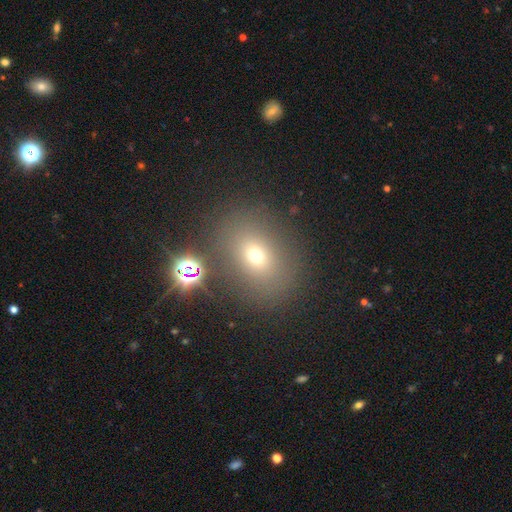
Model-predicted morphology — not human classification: Smooth or featured? smooth (62%)
How rounded? in between (55%)
Merging? none (79%)